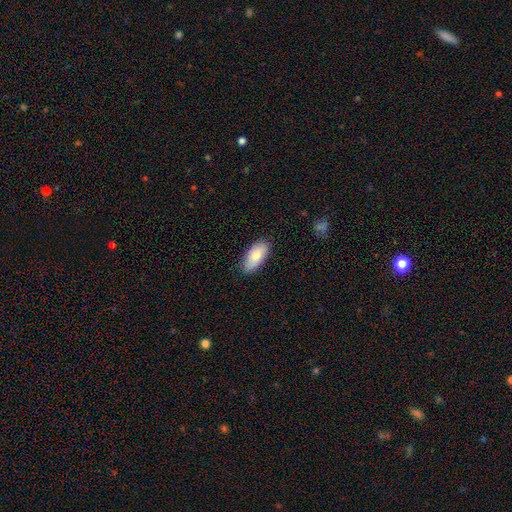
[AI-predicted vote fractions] smooth_or_featured: smooth (p=0.84) [alt: featured or disk p=0.10]
how_rounded: in between (p=0.92) [alt: cigar-shaped p=0.06]
merging: none (p=0.86) [alt: minor disturbance p=0.11]